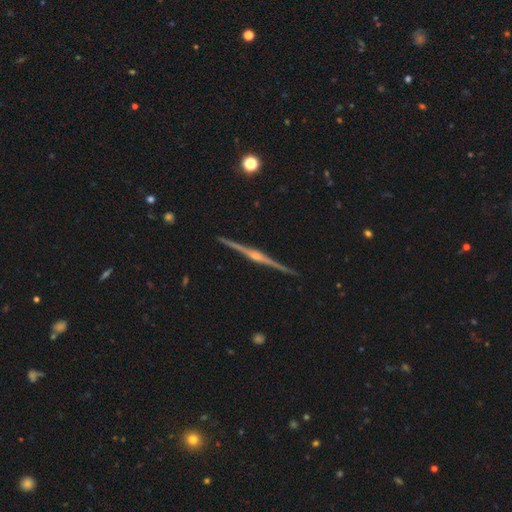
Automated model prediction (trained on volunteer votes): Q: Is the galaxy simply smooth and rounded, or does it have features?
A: featured or disk — 89%.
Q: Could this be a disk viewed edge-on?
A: yes — 99%.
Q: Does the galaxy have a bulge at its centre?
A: rounded — 85%.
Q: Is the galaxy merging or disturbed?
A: none — 93%.